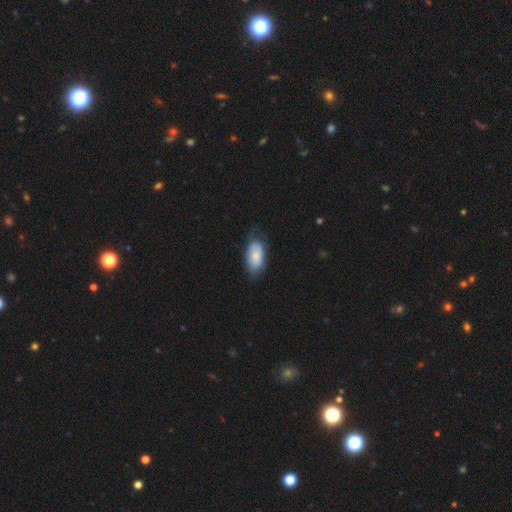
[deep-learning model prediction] This is likely a smooth galaxy (76%). How rounded: clearly in between (93%). Merging: possibly none (57%).